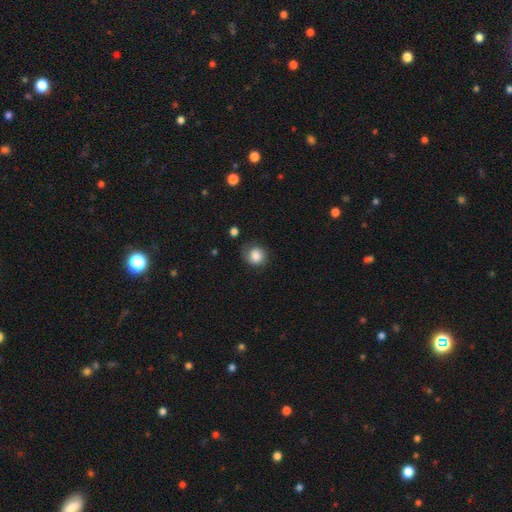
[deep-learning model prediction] Smooth or featured?
  - smooth: 73% *
  - featured or disk: 19%
  - star or artifact: 8%
How rounded?
  - round: 74% *
  - in between: 25%
  - cigar-shaped: 1%
Merging?
  - none: 61% *
  - minor disturbance: 26%
  - major disturbance: 11%
  - merger: 2%